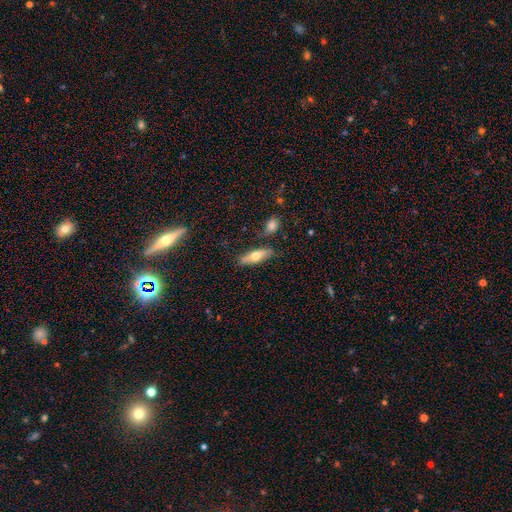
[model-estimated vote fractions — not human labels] smooth 60%, featured or disk 34%, star or artifact 7%. Down the decision tree: how rounded — in between (50%); merging — none (77%).